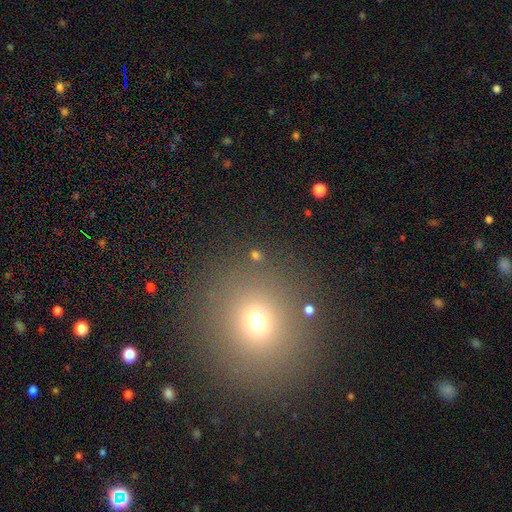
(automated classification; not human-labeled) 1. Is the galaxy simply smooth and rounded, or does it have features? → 55% smooth, 34% star or artifact, 10% featured or disk.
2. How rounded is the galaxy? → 79% round, 19% in between, 2% cigar-shaped.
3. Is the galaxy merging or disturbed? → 79% none, 8% minor disturbance, 7% merger, 5% major disturbance.